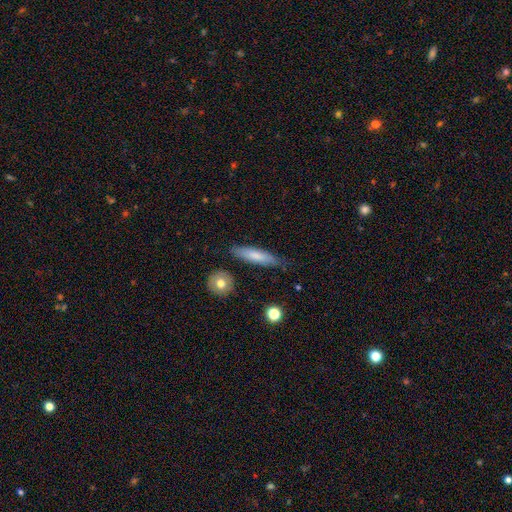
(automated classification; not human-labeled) Overall: smooth (73%). How rounded: cigar-shaped (72%). Merging: none (76%).